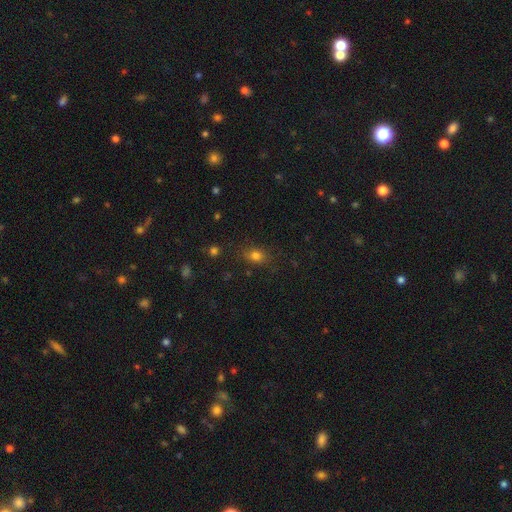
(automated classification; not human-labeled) Smooth or featured? Predicted: smooth (p=0.77). How rounded? Predicted: in between (p=0.54). Merging? Predicted: none (p=0.78).